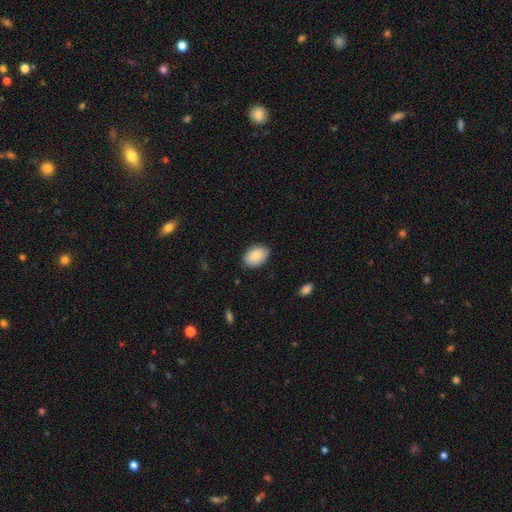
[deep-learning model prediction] Smooth or featured? smooth (86%)
How rounded? in between (85%)
Merging? none (84%)